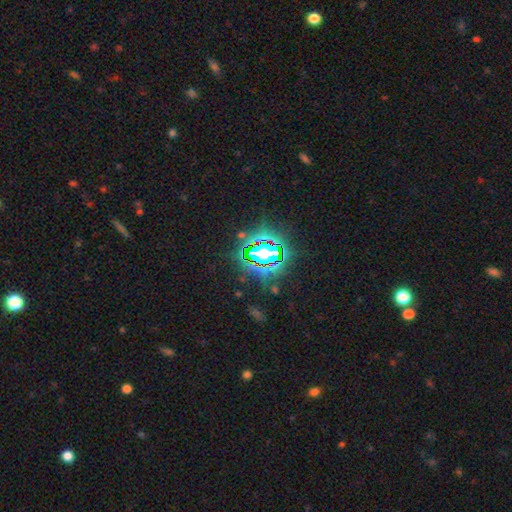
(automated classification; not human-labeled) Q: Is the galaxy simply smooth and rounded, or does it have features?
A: star or artifact — 82%.